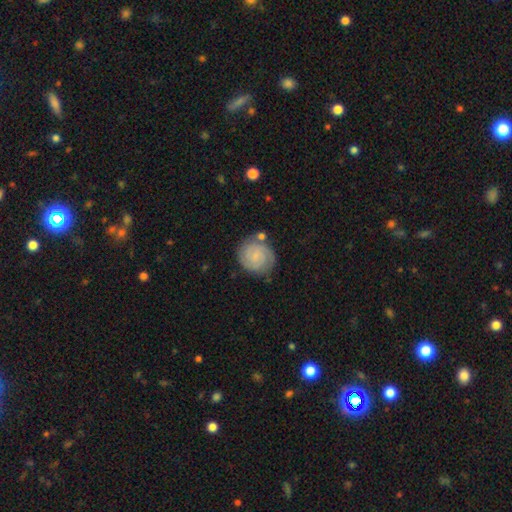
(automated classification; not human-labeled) Smooth or featured?
  - featured or disk: 57% *
  - smooth: 36%
  - star or artifact: 7%
Edge-on disk?
  - no: 98% *
  - yes: 2%
Bar?
  - no: 58% *
  - weak: 37%
  - strong: 6%
Spiral arms?
  - yes: 93% *
  - no: 7%
Spiral winding?
  - tight: 67% *
  - medium: 26%
  - loose: 6%
Spiral arm count?
  - 2: 59% *
  - can't tell: 19%
  - 3: 13%
  - 1: 4%
  - 4: 3%
  - more than 4: 3%
Bulge size?
  - small: 57% *
  - none: 27%
  - moderate: 13%
  - large: 2%
  - dominant: 1%
Merging?
  - none: 72% *
  - minor disturbance: 16%
  - merger: 6%
  - major disturbance: 5%